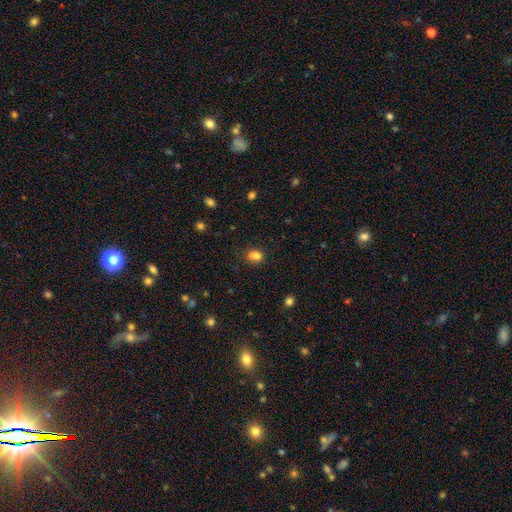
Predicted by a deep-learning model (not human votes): Smooth or featured: smooth — 80% (star or artifact — 13%)
How rounded: in between — 65% (round — 33%)
Merging: none — 64% (minor disturbance — 20%)